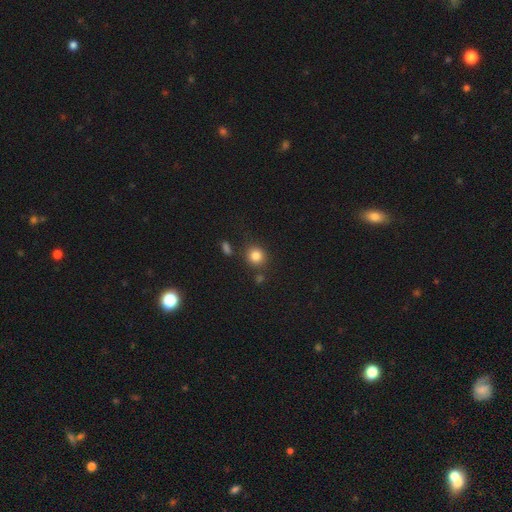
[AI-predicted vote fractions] Overall: smooth (82%). How rounded: round (86%). Merging: none (79%).